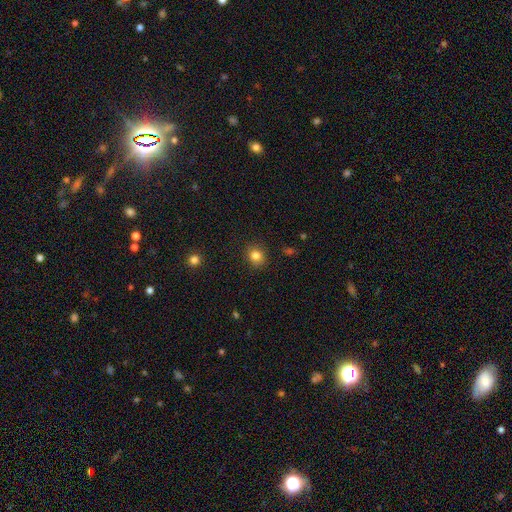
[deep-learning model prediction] This appears to be a smooth galaxy with no disk features (82%) that is round (79%). Merging: none (89%).